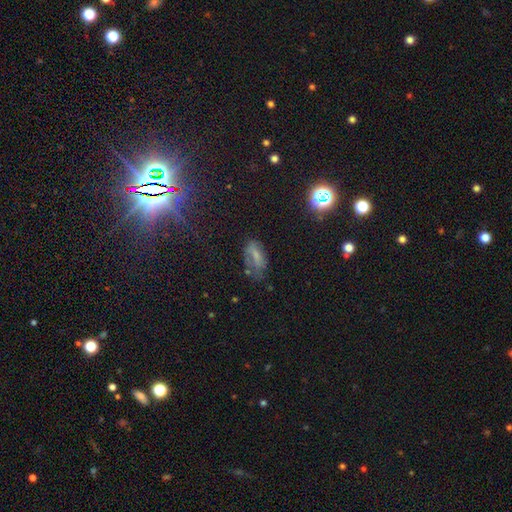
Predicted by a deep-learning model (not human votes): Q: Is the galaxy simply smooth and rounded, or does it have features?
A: smooth — 52%.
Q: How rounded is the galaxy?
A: in between — 87%.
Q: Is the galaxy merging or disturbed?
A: none — 46%.